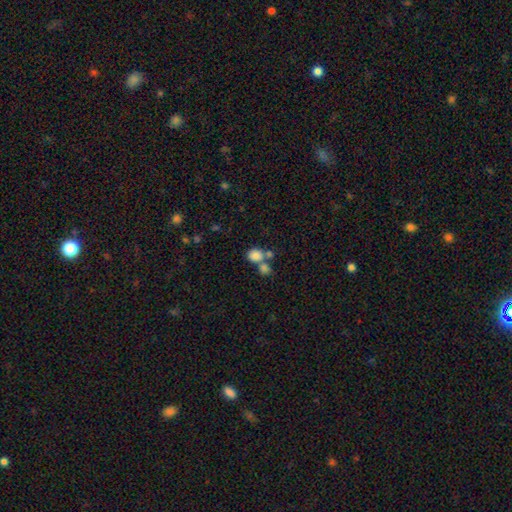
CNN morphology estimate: smooth 80%, star or artifact 11%, featured or disk 9%. Down the decision tree: how rounded — round (70%); merging — merger (43%, tied with none).